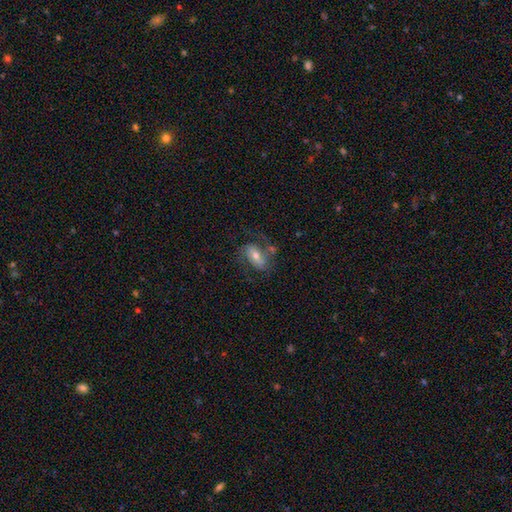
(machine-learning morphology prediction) Smooth or featured? Predicted: featured or disk (p=0.56). Edge-on disk? Predicted: no (p=0.94). Bar? Predicted: weak (p=0.38). Spiral arms? Predicted: yes (p=0.78). Bulge size? Predicted: moderate (p=0.64). Merging? Predicted: none (p=0.49).